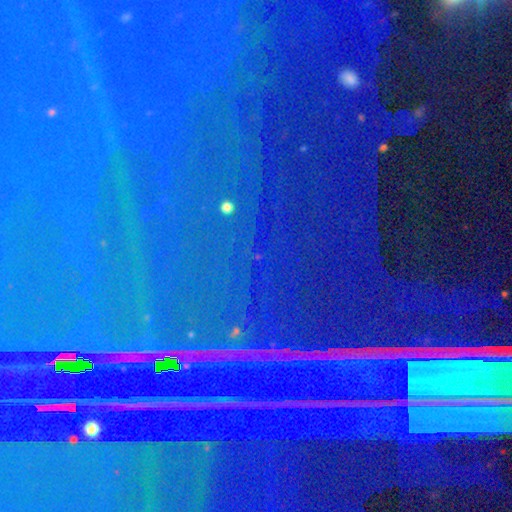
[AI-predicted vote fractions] This appears to be a star or artifact, not a galaxy (87%).